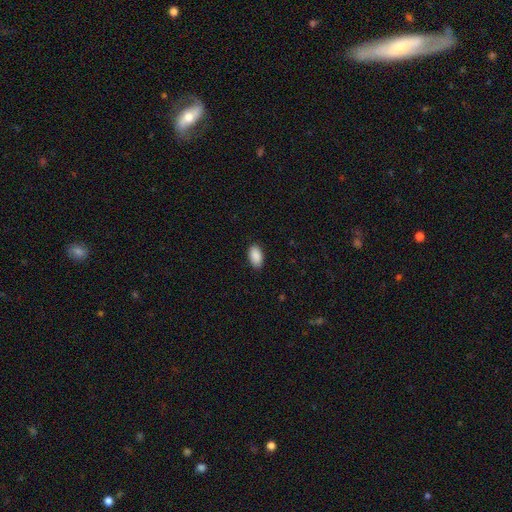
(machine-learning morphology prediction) Smooth or featured?
  - smooth: 91% *
  - star or artifact: 7%
  - featured or disk: 3%
How rounded?
  - in between: 95% *
  - round: 3%
  - cigar-shaped: 2%
Merging?
  - none: 89% *
  - minor disturbance: 8%
  - major disturbance: 2%
  - merger: 1%